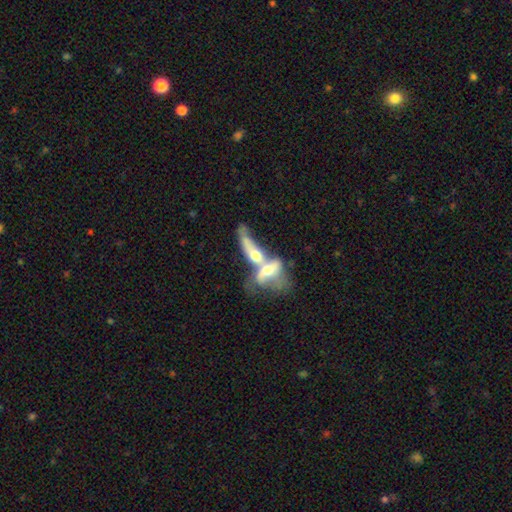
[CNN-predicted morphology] smooth_or_featured: featured or disk (p=0.58) [alt: smooth p=0.34]
disk_edge_on: no (p=0.72) [alt: yes p=0.28]
merging: merger (p=0.77) [alt: none p=0.10]